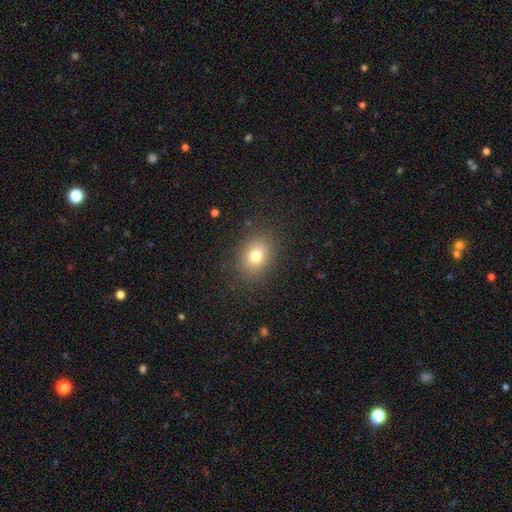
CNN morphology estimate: Overall: smooth (76%). How rounded: round (51%; in between 48%). Merging: none (86%).